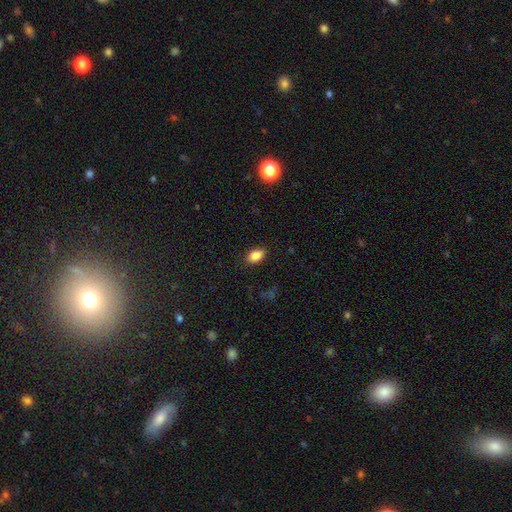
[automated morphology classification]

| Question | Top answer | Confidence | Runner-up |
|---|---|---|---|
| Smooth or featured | smooth | 88% | star or artifact (9%) |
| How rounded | in between | 89% | round (10%) |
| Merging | none | 85% | minor disturbance (11%) |